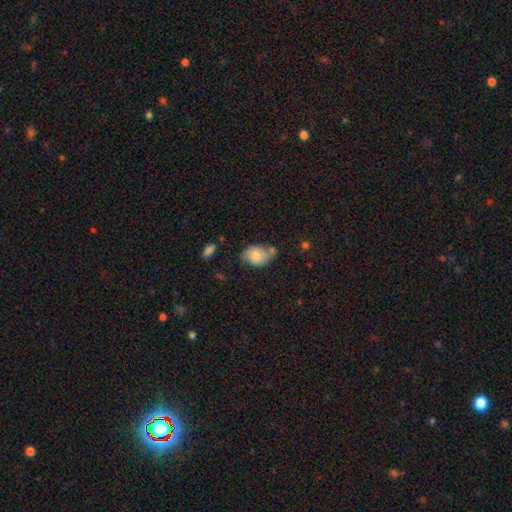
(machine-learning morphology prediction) smooth-or-featured: smooth: 77% | featured or disk: 16% | star or artifact: 7%
  how-rounded: in between: 77% | round: 22% | cigar-shaped: 1%
  merging: none: 52% | minor disturbance: 28% | merger: 14% | major disturbance: 7%